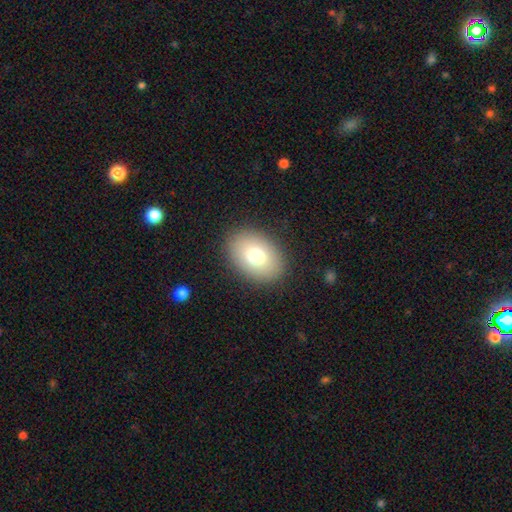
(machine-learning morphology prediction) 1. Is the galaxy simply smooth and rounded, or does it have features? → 75% smooth, 15% featured or disk, 10% star or artifact.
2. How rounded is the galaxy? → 79% in between, 20% round, 1% cigar-shaped.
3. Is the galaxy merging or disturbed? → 88% none, 8% minor disturbance, 3% major disturbance, 1% merger.